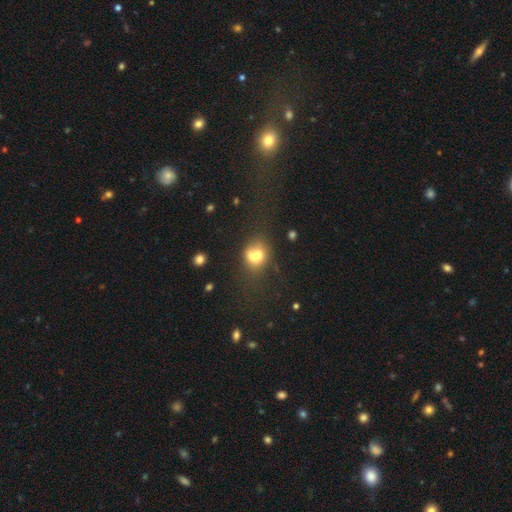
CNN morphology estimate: This is likely a smooth galaxy (65%). How rounded: likely round (63%). Merging: possibly merger (54%).